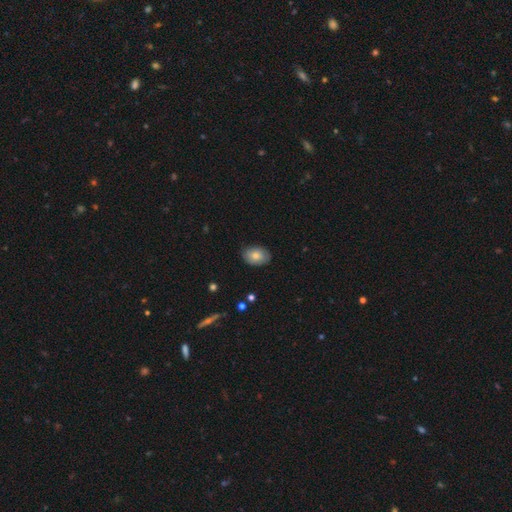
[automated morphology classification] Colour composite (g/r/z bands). It shows a smooth galaxy with no disk features (74%) that is in between round and cigar-shaped (84%). Merging: none (81%).